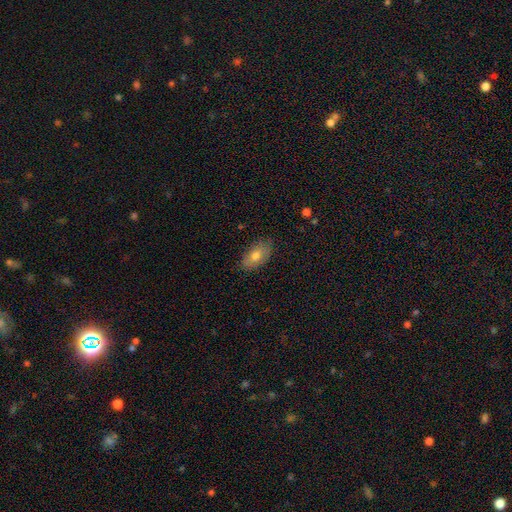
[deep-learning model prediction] Smooth or featured? smooth (69%)
How rounded? in between (92%)
Merging? none (81%)